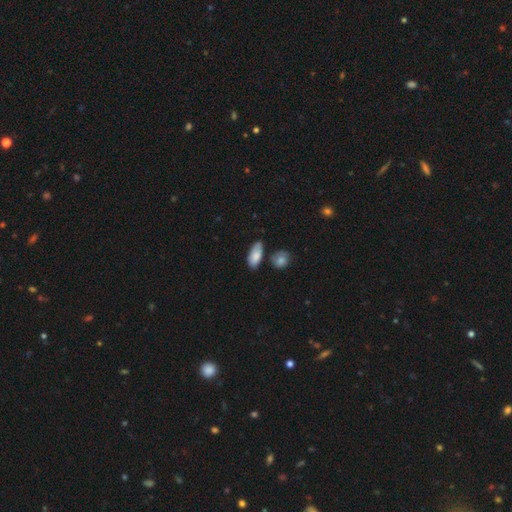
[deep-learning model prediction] This is clearly a smooth galaxy (83%). How rounded: clearly in between (85%). Merging: likely none (65%).